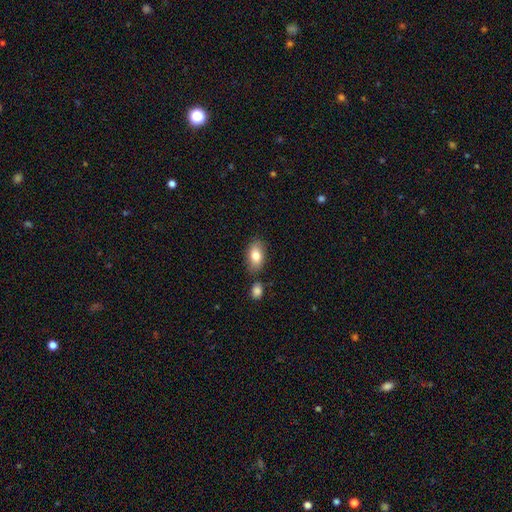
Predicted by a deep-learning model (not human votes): Smooth or featured?
  - smooth: 80% *
  - featured or disk: 13%
  - star or artifact: 7%
How rounded?
  - in between: 90% *
  - round: 8%
  - cigar-shaped: 2%
Merging?
  - none: 74% *
  - minor disturbance: 14%
  - merger: 8%
  - major disturbance: 3%